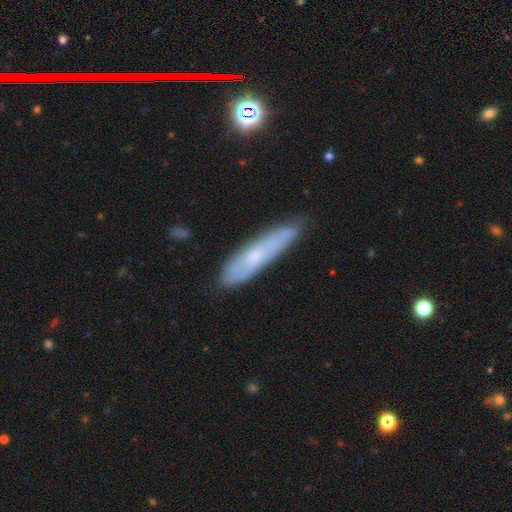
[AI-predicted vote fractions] Smooth or featured? Predicted: smooth (p=0.52). How rounded? Predicted: cigar-shaped (p=0.82). Merging? Predicted: none (p=0.73).